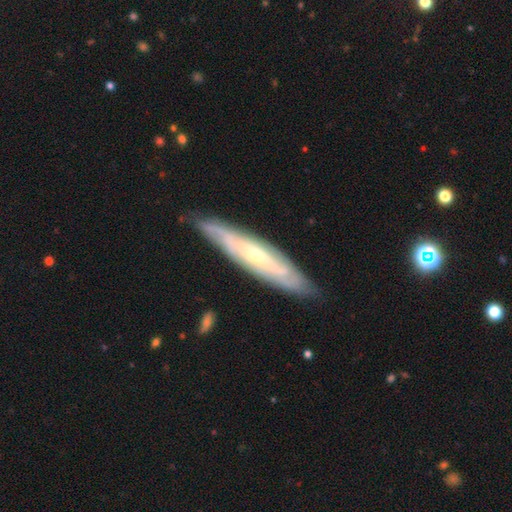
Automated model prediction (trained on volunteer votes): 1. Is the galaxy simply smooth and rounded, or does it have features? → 76% featured or disk, 19% smooth, 5% star or artifact.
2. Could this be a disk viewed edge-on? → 56% no, 44% yes.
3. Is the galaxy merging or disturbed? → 80% none, 16% minor disturbance, 3% major disturbance, 1% merger.